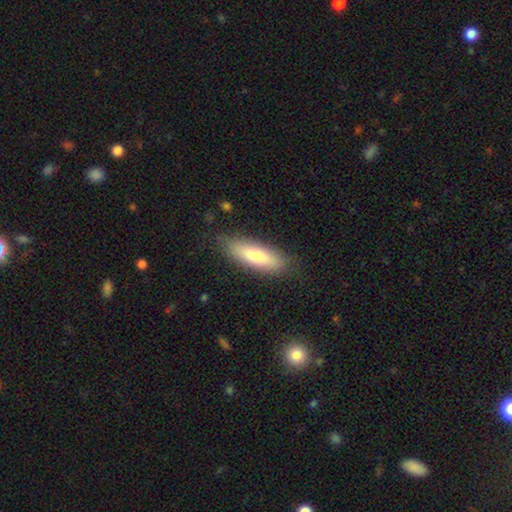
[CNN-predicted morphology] smooth_or_featured: smooth (p=0.75) [alt: featured or disk p=0.19]
how_rounded: cigar-shaped (p=0.51) [alt: in between p=0.47]
merging: none (p=0.84) [alt: minor disturbance p=0.12]